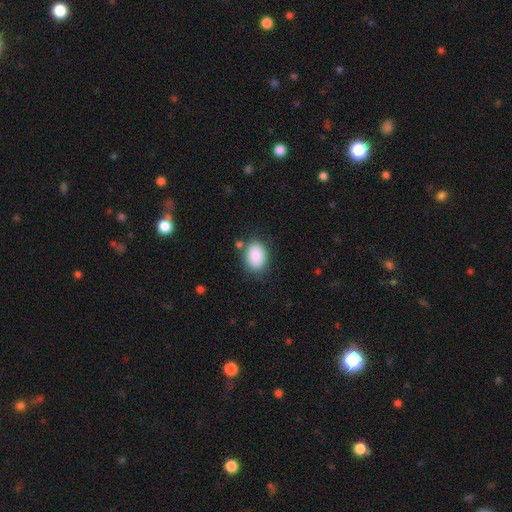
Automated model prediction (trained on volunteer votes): Smooth or featured? smooth (89%)
How rounded? in between (83%)
Merging? none (76%)